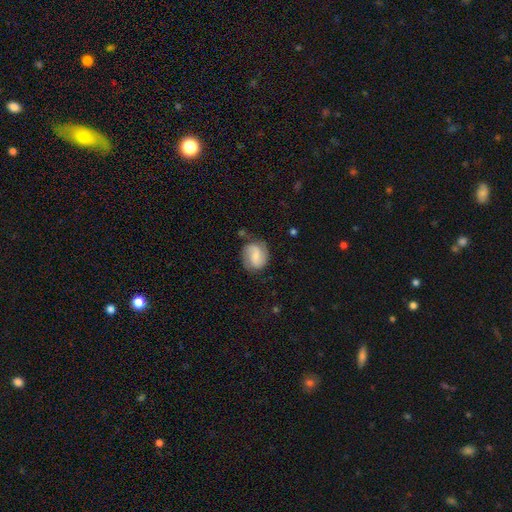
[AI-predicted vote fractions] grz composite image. It shows a featured or disk galaxy (51%). Merging: none (68%).